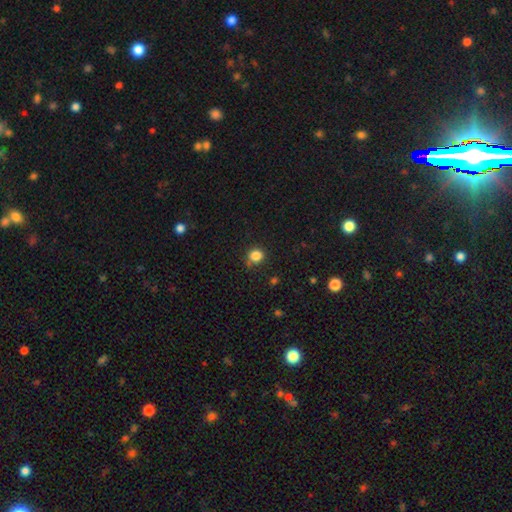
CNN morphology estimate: Overall: smooth (84%). How rounded: round (86%). Merging: none (77%).